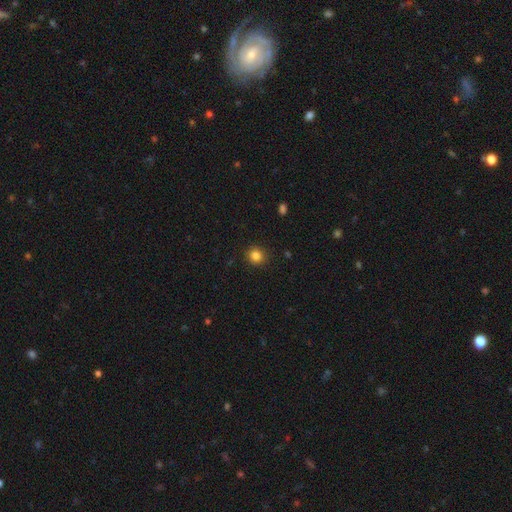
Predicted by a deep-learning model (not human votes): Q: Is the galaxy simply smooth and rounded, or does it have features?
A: smooth — 84%.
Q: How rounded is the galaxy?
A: round — 90%.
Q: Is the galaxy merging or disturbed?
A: none — 91%.